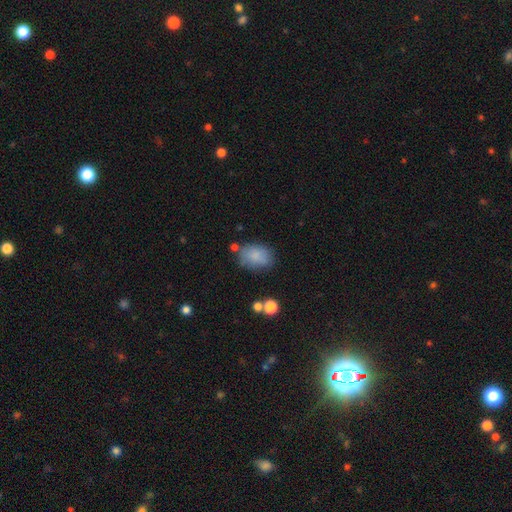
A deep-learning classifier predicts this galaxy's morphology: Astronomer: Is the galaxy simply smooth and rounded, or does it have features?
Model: smooth — 82%.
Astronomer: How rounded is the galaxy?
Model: in between — 80%.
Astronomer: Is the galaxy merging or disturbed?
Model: none — 64%.